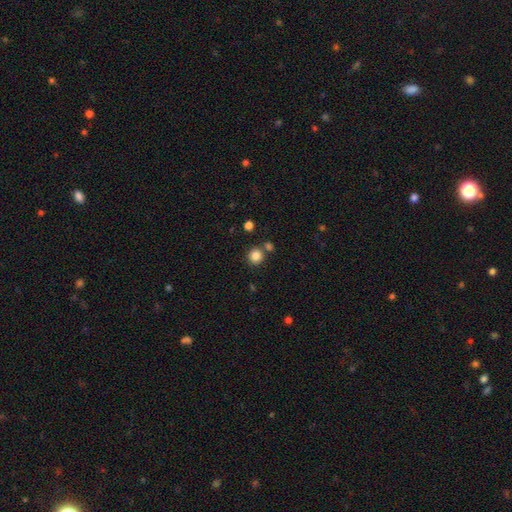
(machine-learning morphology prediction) This appears to be a smooth galaxy with no disk features (84%) that is round (92%). Merging: none (77%).